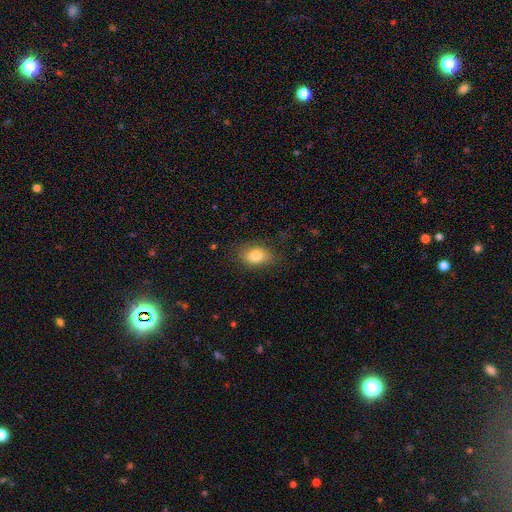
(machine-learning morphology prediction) This is clearly a smooth galaxy (80%). How rounded: clearly in between (82%). Merging: likely none (77%).